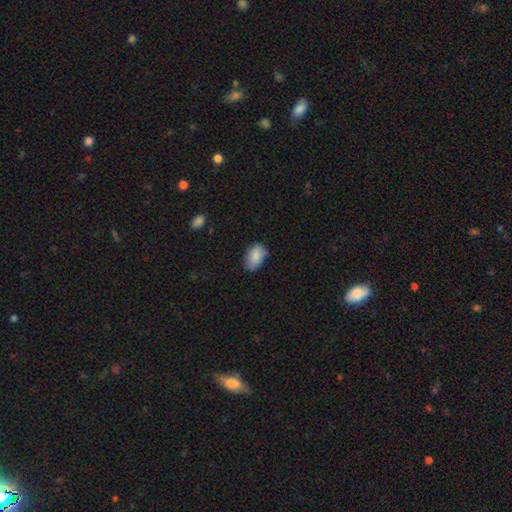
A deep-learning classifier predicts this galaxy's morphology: Smooth or featured: smooth — 85% (featured or disk — 8%)
How rounded: in between — 89% (round — 10%)
Merging: none — 64% (minor disturbance — 29%)